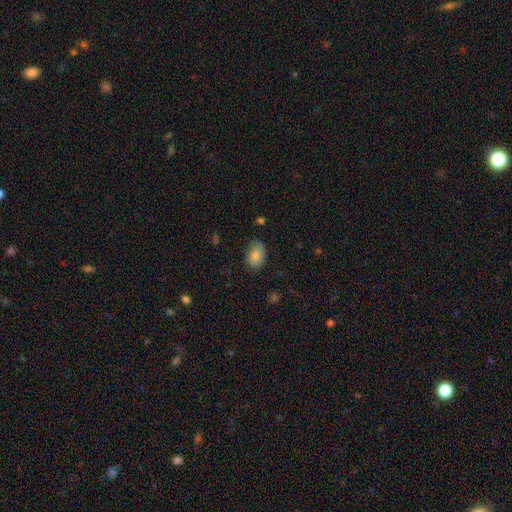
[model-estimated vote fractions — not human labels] A smooth galaxy with no disk features (83%) that is in between round and cigar-shaped (84%). Merging: none (73%).